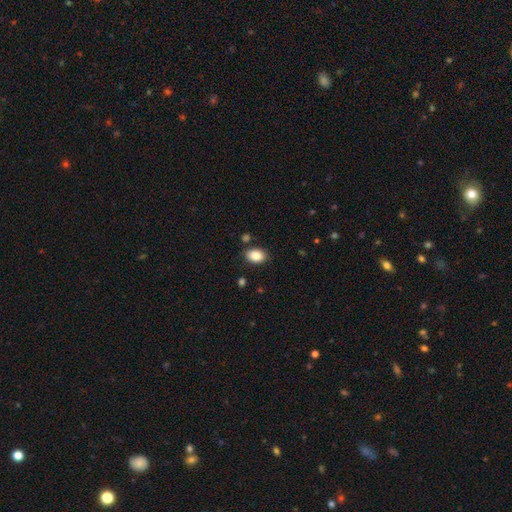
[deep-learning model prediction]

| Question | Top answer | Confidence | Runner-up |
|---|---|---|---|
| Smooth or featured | smooth | 87% | star or artifact (8%) |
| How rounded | in between | 84% | round (15%) |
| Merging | none | 84% | minor disturbance (10%) |